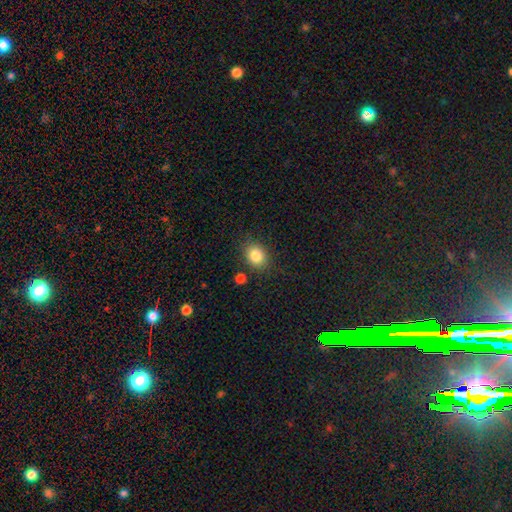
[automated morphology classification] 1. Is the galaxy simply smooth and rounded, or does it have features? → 84% smooth, 10% star or artifact, 6% featured or disk.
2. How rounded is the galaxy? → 55% round, 44% in between, 1% cigar-shaped.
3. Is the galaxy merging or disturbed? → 80% none, 12% minor disturbance, 5% merger, 3% major disturbance.